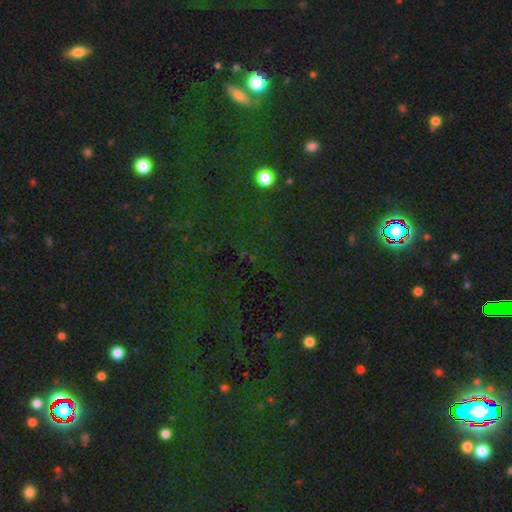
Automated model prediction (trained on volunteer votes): Overall: star or artifact (78%).